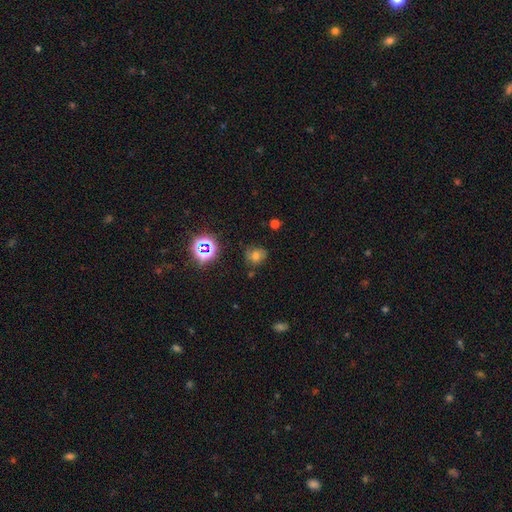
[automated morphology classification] Smooth or featured?
  - smooth: 61% *
  - star or artifact: 25%
  - featured or disk: 14%
How rounded?
  - round: 65% *
  - in between: 34%
  - cigar-shaped: 1%
Merging?
  - none: 65% *
  - minor disturbance: 24%
  - major disturbance: 7%
  - merger: 4%